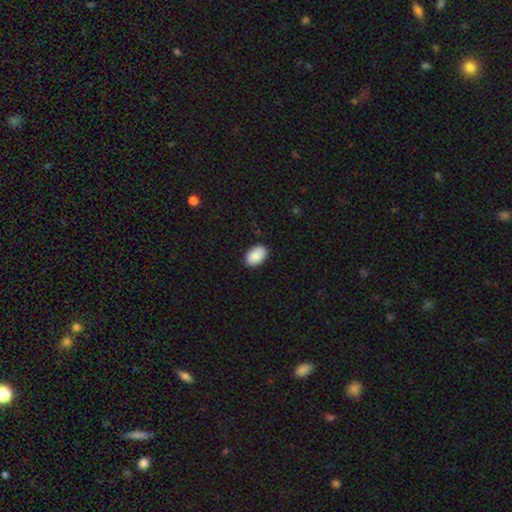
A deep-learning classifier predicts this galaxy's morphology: smooth 90%, star or artifact 6%, featured or disk 3%. Down the decision tree: how rounded — in between (90%); merging — none (89%).